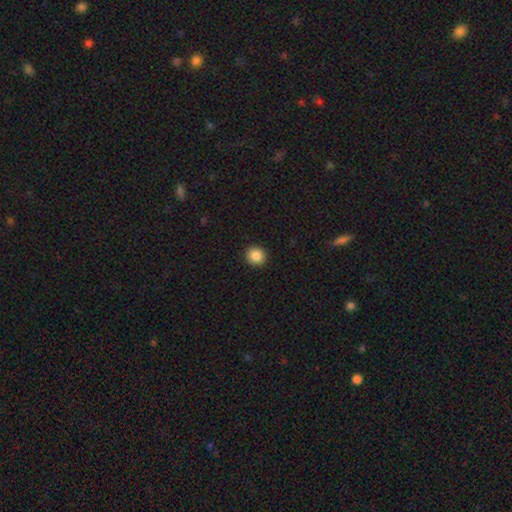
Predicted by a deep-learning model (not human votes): Smooth or featured? smooth (87%)
How rounded? round (91%)
Merging? none (92%)